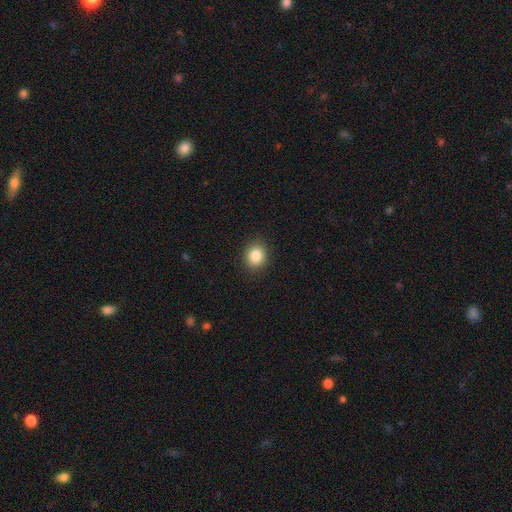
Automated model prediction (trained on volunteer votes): Morphology: type=smooth (85%); roundness=round (74%); merging=none (90%).